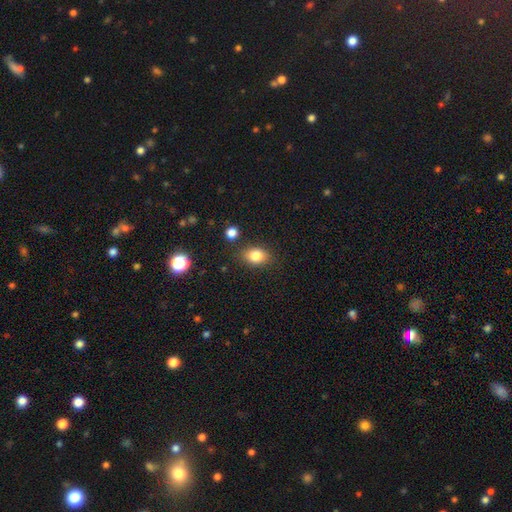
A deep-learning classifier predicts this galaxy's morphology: smooth-or-featured: smooth: 82% | star or artifact: 10% | featured or disk: 8%
  how-rounded: in between: 71% | round: 28% | cigar-shaped: 1%
  merging: none: 81% | minor disturbance: 12% | merger: 4% | major disturbance: 3%